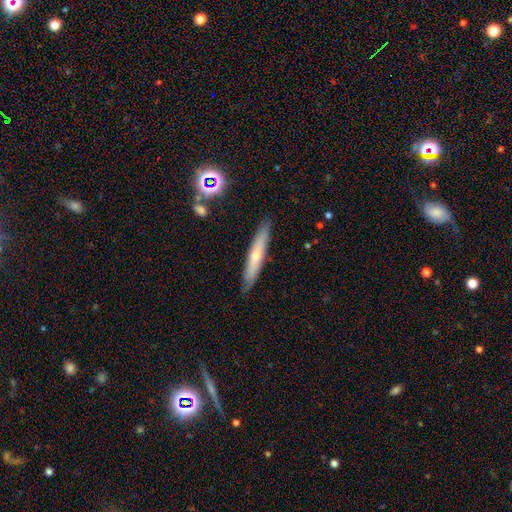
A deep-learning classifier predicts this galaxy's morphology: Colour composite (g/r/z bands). It shows a smooth galaxy with no disk features (47%). Merging: none (87%).